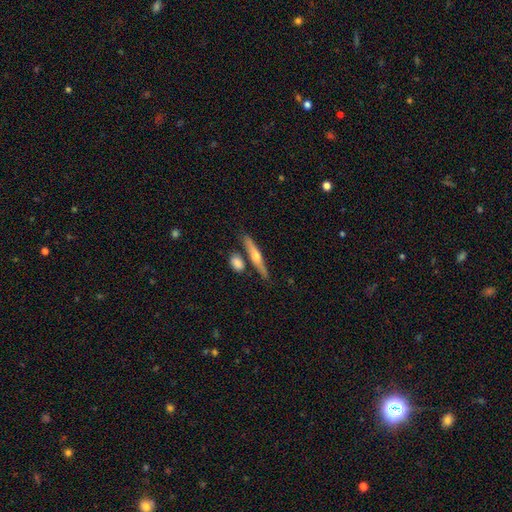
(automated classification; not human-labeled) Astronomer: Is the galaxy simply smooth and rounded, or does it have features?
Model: featured or disk — 59% (runner-up: smooth, 35%).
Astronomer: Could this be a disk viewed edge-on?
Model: yes — 95%.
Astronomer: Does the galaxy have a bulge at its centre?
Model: rounded — 87%.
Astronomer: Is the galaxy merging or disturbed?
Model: none — 77%.